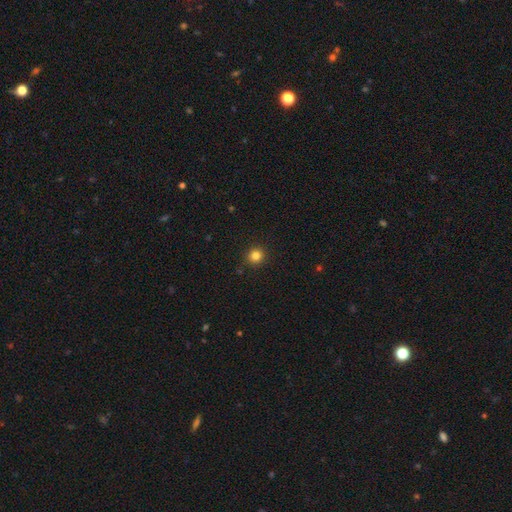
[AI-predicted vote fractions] Smooth or featured? Predicted: smooth (p=0.82). How rounded? Predicted: round (p=0.92). Merging? Predicted: none (p=0.91).